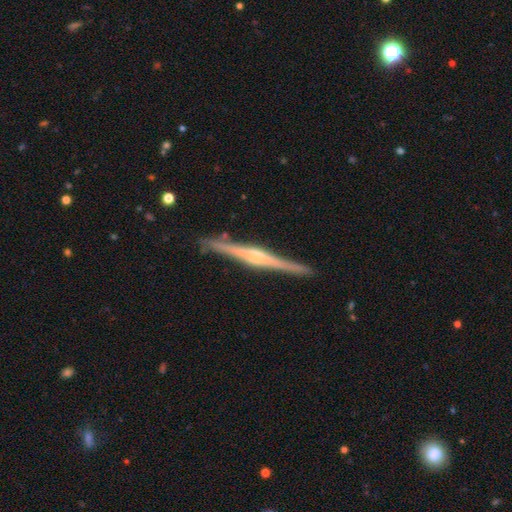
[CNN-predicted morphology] A featured or disk galaxy (82%) viewed edge-on (98%) with a rounded central bulge (64%). Merging: none (89%).